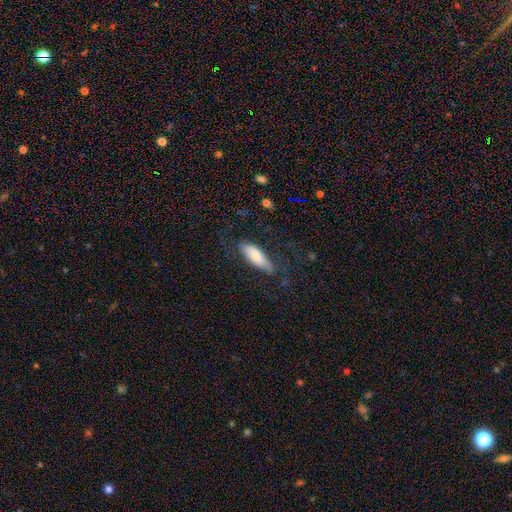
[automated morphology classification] Overall: smooth (75%). How rounded: in between (62%; cigar-shaped 36%). Merging: none (67%).